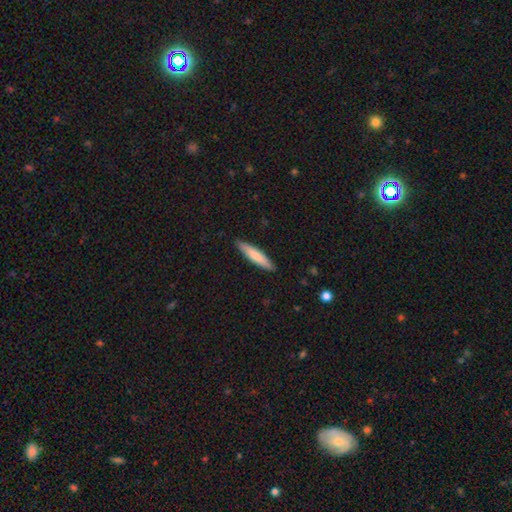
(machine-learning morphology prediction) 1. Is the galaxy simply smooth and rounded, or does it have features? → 77% smooth, 18% featured or disk, 5% star or artifact.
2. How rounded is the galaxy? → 86% cigar-shaped, 13% in between, 1% round.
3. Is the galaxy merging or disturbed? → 89% none, 9% minor disturbance, 1% major disturbance, 1% merger.